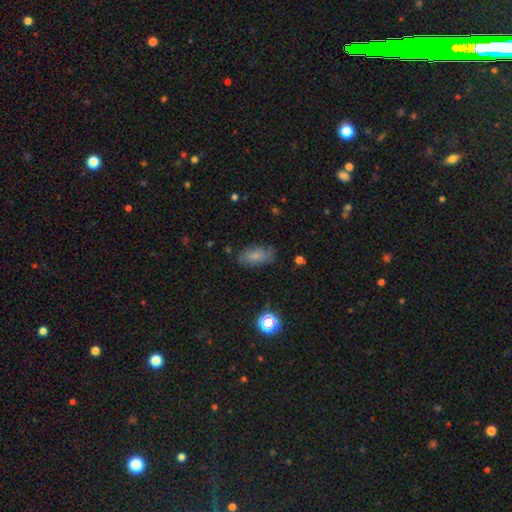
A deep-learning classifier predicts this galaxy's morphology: Smooth or featured: smooth — 73% (featured or disk — 16%)
How rounded: in between — 90% (cigar-shaped — 6%)
Merging: none — 74% (minor disturbance — 19%)